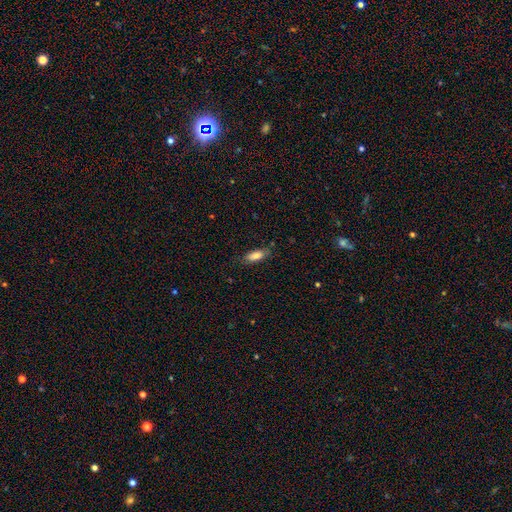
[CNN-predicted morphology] smooth-or-featured: smooth: 83% | featured or disk: 10% | star or artifact: 7%
  how-rounded: in between: 78% | cigar-shaped: 20% | round: 2%
  merging: none: 78% | minor disturbance: 17% | major disturbance: 4% | merger: 1%